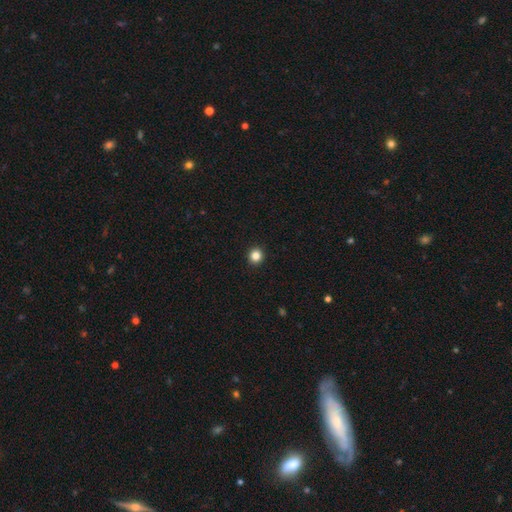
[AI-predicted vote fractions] smooth_or_featured: smooth (p=0.84) [alt: star or artifact p=0.12]
how_rounded: round (p=0.92) [alt: in between p=0.07]
merging: none (p=0.94) [alt: minor disturbance p=0.04]